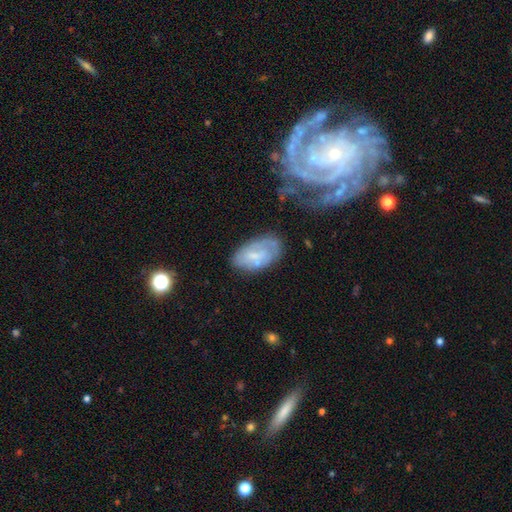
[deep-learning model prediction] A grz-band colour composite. It shows a featured or disk galaxy (47%). Merging: none (58%).